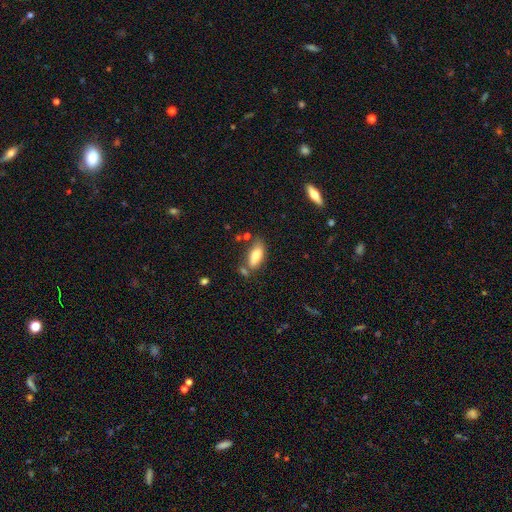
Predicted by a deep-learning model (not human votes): Smooth or featured? Predicted: smooth (p=0.80). How rounded? Predicted: in between (p=0.82). Merging? Predicted: none (p=0.56).